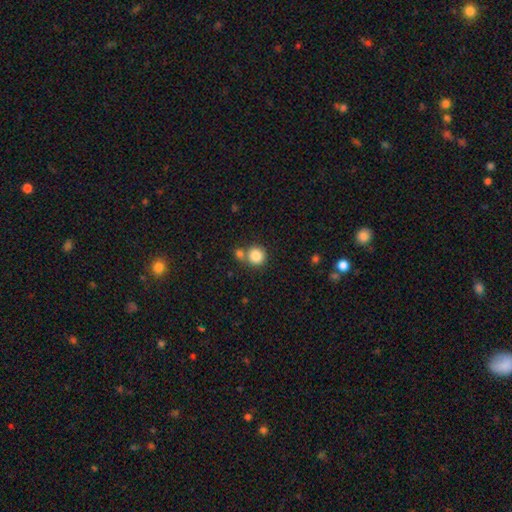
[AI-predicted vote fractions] smooth_or_featured: smooth (p=0.85) [alt: star or artifact p=0.10]
how_rounded: round (p=0.92) [alt: in between p=0.07]
merging: none (p=0.64) [alt: merger p=0.25]